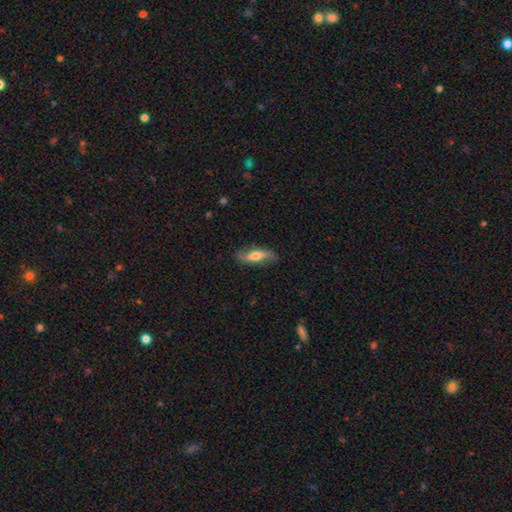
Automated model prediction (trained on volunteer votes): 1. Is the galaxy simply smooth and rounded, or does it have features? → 50% featured or disk, 44% smooth, 6% star or artifact.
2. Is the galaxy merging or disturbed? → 78% none, 16% minor disturbance, 4% major disturbance, 1% merger.